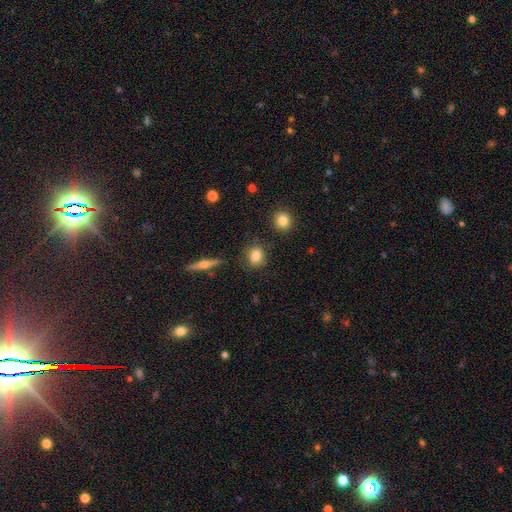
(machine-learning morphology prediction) Smooth or featured: smooth — 81% (featured or disk — 10%)
How rounded: round — 59% (in between — 38%)
Merging: none — 83% (minor disturbance — 11%)